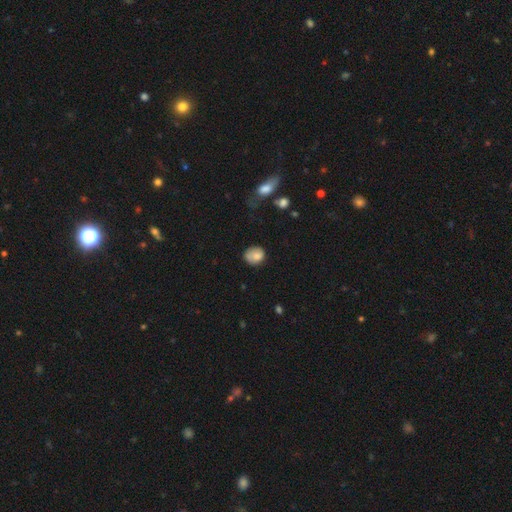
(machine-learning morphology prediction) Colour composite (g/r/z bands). It shows a smooth galaxy with no disk features (77%) that is round (64%). Merging: none (60%).